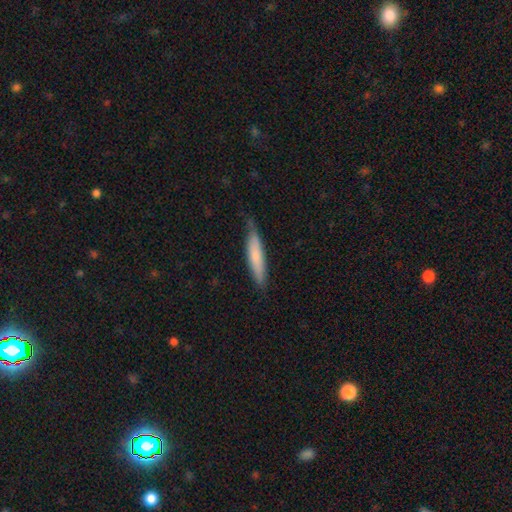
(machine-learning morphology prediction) A smooth galaxy with no disk features (71%) that is cigar-shaped (88%).

Vote fractions:
- Smooth or featured? smooth: 71% / featured or disk: 24% / star or artifact: 5%
- How rounded? cigar-shaped: 88% / in between: 11% / round: 1%
- Merging? none: 73% / minor disturbance: 23% / major disturbance: 3% / merger: 1%